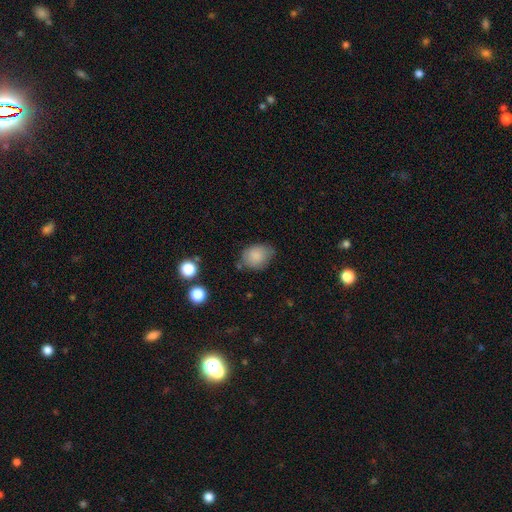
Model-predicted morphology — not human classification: A smooth galaxy with no disk features (84%) that is in between round and cigar-shaped (58%).

Vote fractions:
- Smooth or featured? smooth: 84% / star or artifact: 8% / featured or disk: 8%
- How rounded? in between: 58% / round: 41% / cigar-shaped: 1%
- Merging? none: 60% / minor disturbance: 30% / major disturbance: 7% / merger: 3%